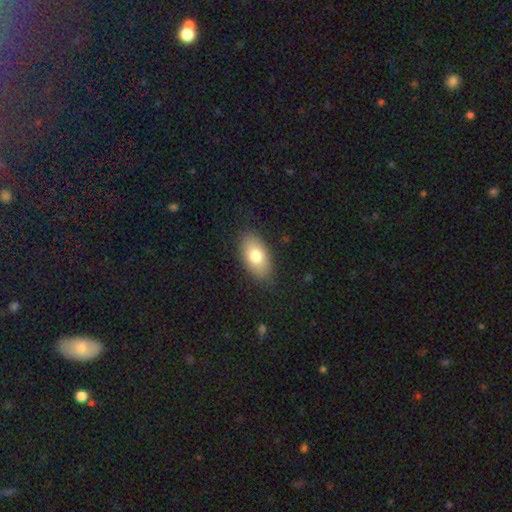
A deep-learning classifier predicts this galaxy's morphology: smooth 77%, featured or disk 16%, star or artifact 7%. Down the decision tree: how rounded — in between (92%); merging — none (84%).